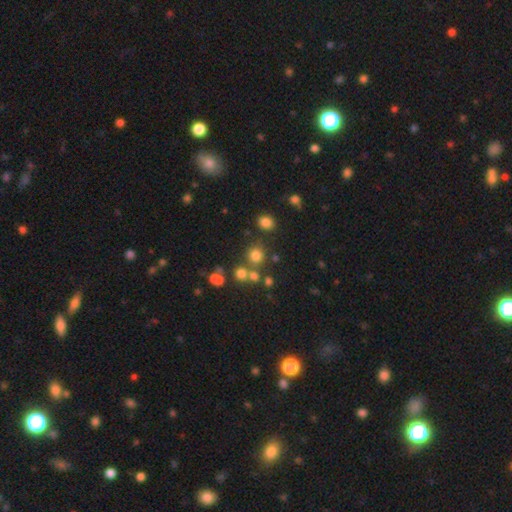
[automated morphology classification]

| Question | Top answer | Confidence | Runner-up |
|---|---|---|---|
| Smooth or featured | smooth | 72% | star or artifact (19%) |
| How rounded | round | 88% | in between (11%) |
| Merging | none | 69% | merger (18%) |